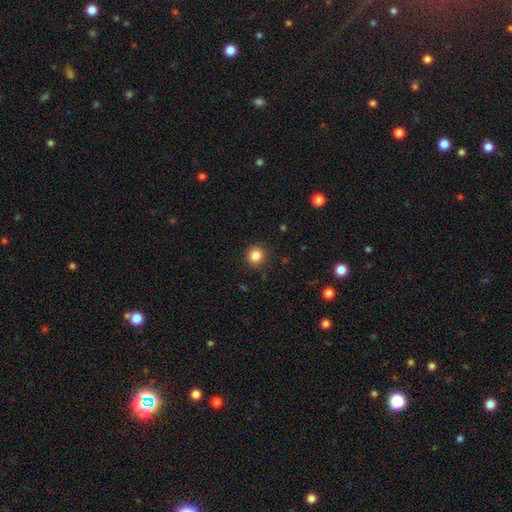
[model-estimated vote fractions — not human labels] Q: Smooth or featured?
A: smooth (85%); runner-up: star or artifact (11%)
Q: How rounded?
A: round (93%); runner-up: in between (6%)
Q: Merging?
A: none (90%); runner-up: minor disturbance (7%)